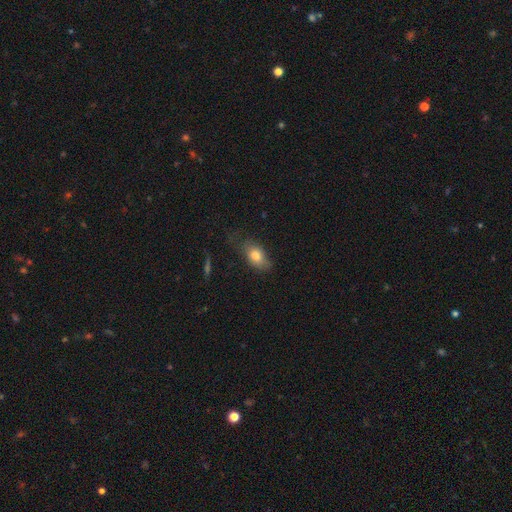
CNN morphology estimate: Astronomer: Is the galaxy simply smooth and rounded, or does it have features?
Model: smooth — 78%.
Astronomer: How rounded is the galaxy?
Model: in between — 84%.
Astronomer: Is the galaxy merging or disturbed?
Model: none — 57%.